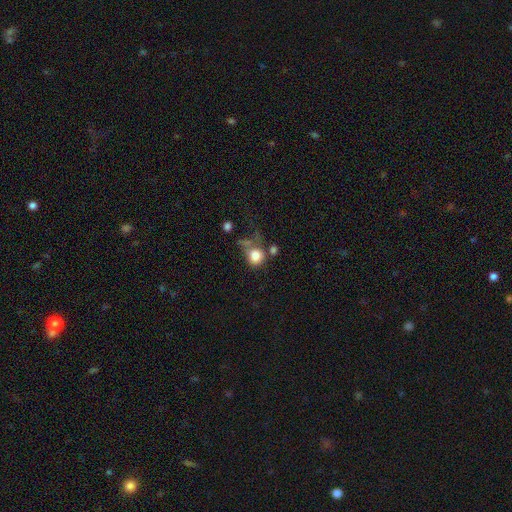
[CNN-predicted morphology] Smooth or featured? Predicted: smooth (p=0.79). How rounded? Predicted: round (p=0.77). Merging? Predicted: none (p=0.39).